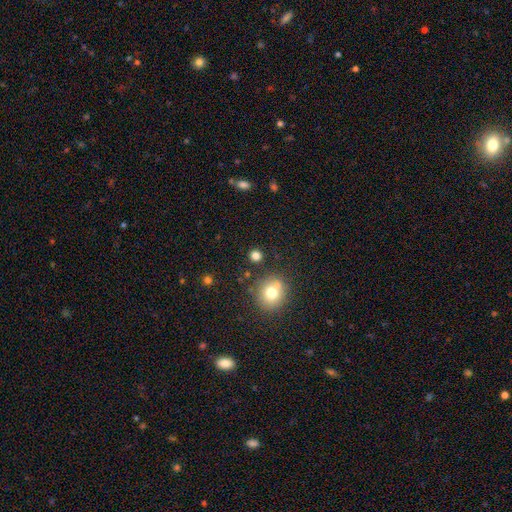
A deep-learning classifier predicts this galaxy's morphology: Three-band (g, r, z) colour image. It shows a smooth galaxy with no disk features (78%) that is round (87%). Merging: none (81%).